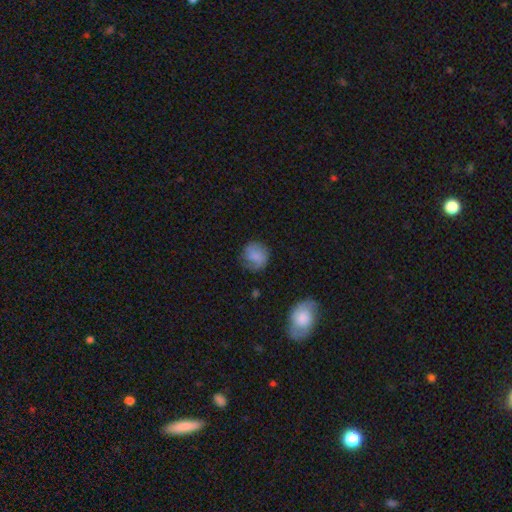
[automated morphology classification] A smooth galaxy with no disk features (72%) that is round (83%). Merging: none (64%).